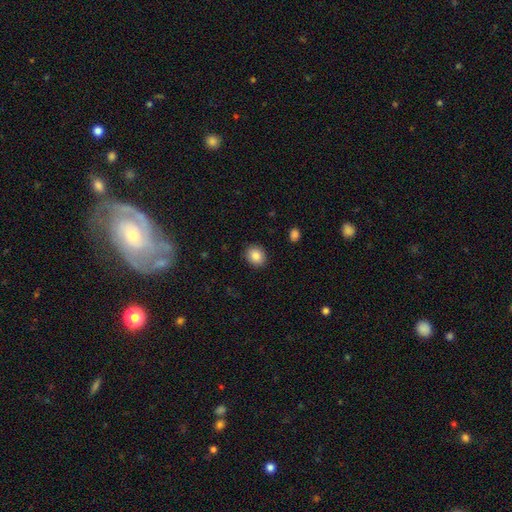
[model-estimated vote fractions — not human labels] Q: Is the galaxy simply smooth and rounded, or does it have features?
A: smooth — 86%.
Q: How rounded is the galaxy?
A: round — 60%.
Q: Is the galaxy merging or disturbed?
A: none — 89%.